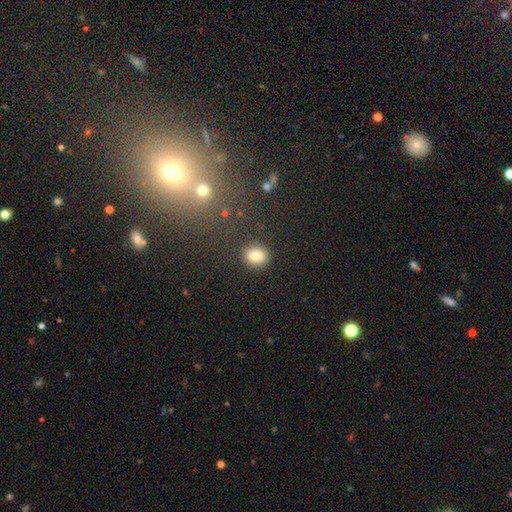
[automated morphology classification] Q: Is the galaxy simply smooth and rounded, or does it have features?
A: smooth — 82%.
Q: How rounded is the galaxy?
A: round — 58%.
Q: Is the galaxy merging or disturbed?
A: none — 87%.